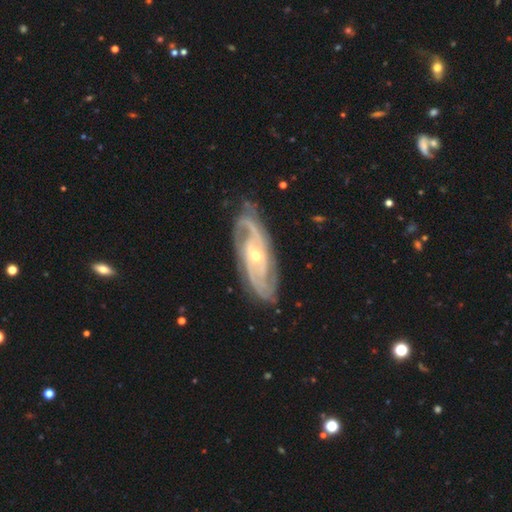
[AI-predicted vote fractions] featured or disk 91%, smooth 5%, star or artifact 4%. Down the decision tree: edge-on disk — no (93%); bar — no (52%); spiral arms — yes (98%); spiral arm count — 2 (56%); spiral winding — tight (53%); bulge size — small (59%); merging — none (79%).